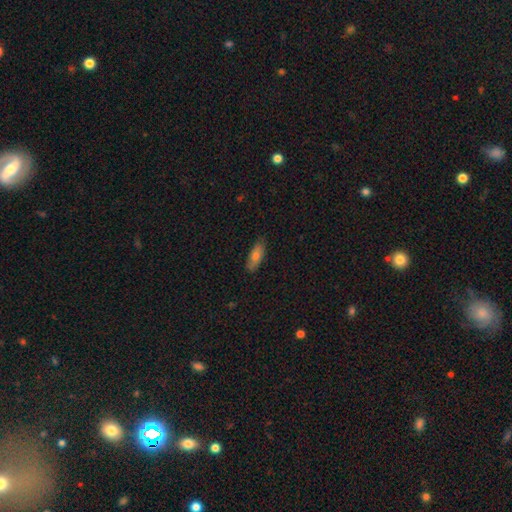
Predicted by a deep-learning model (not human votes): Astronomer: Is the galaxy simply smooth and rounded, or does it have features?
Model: smooth — 70%.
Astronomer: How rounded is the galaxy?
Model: in between — 65%.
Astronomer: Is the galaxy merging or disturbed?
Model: none — 83%.